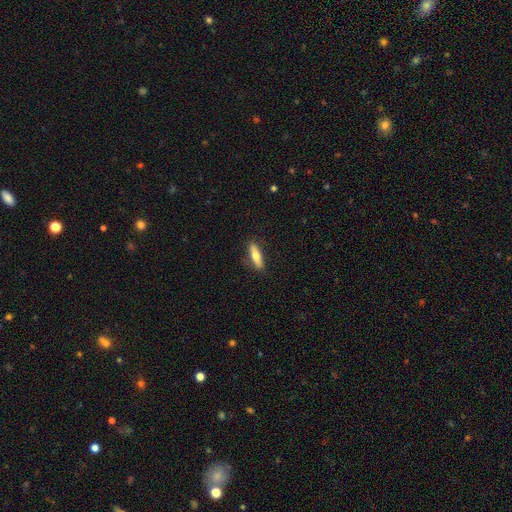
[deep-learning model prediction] This is likely a smooth galaxy (63%). How rounded: likely cigar-shaped (72%). Merging: clearly none (86%).